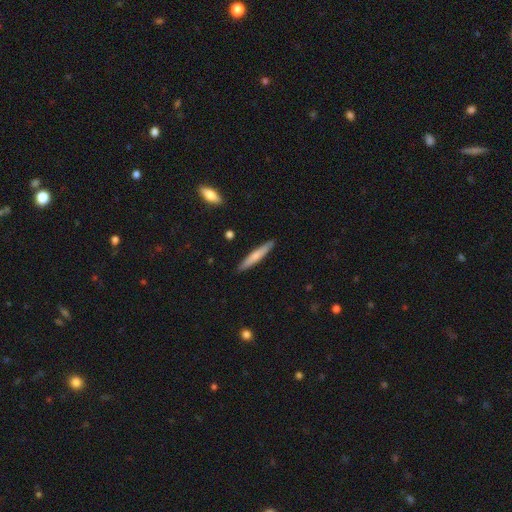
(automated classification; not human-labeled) smooth 65%, featured or disk 30%, star or artifact 5%. Down the decision tree: how rounded — cigar-shaped (93%); merging — none (90%).